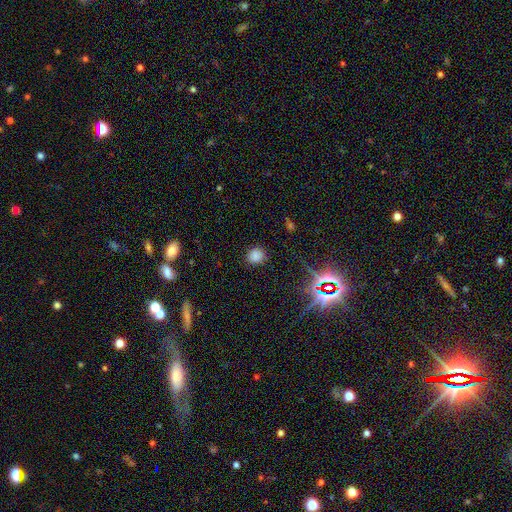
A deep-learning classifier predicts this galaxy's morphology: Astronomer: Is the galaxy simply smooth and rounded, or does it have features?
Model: smooth — 77%.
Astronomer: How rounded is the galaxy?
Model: round — 81%.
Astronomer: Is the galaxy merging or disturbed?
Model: none — 86%.